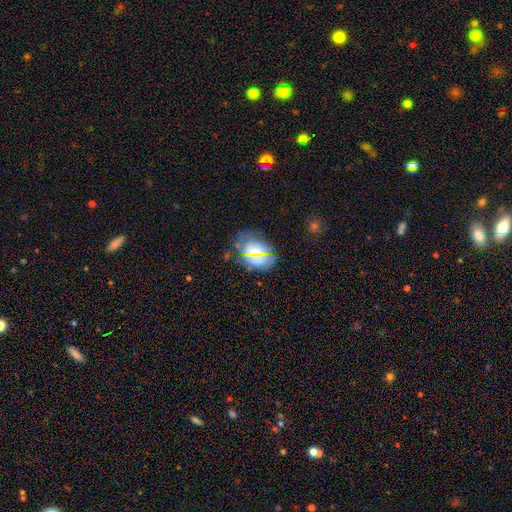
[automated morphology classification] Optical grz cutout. It shows a smooth galaxy with no disk features (65%) that is in between round and cigar-shaped (73%). Merging: none (74%).